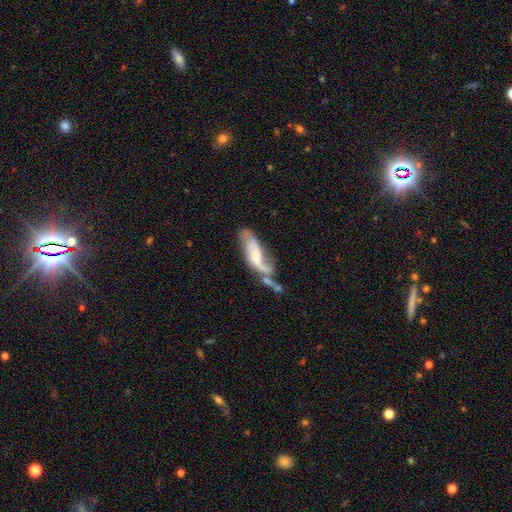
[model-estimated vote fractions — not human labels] Overall: featured or disk (57%; smooth 35%). Edge-on disk: no (83%). Merging: merger (31%; major disturbance 26%).